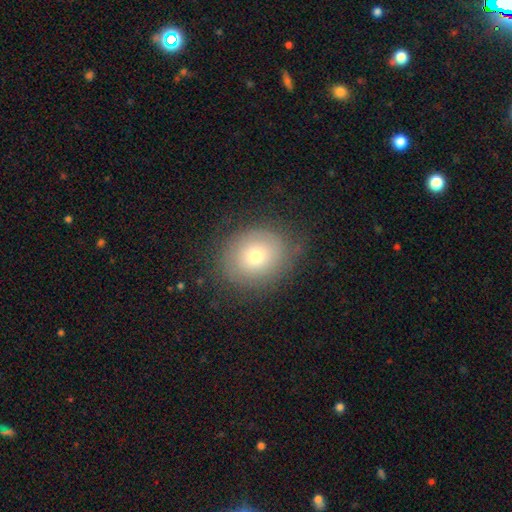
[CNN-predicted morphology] Smooth or featured? Predicted: smooth (p=0.66). How rounded? Predicted: round (p=0.65). Merging? Predicted: none (p=0.79).